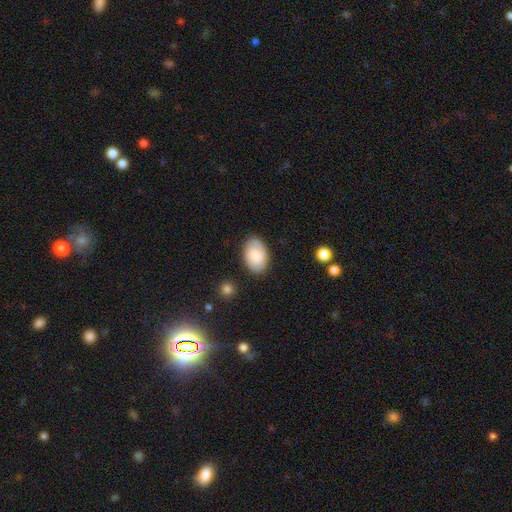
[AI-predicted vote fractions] smooth 79%, featured or disk 15%, star or artifact 6%. Down the decision tree: how rounded — in between (90%); merging — none (83%).